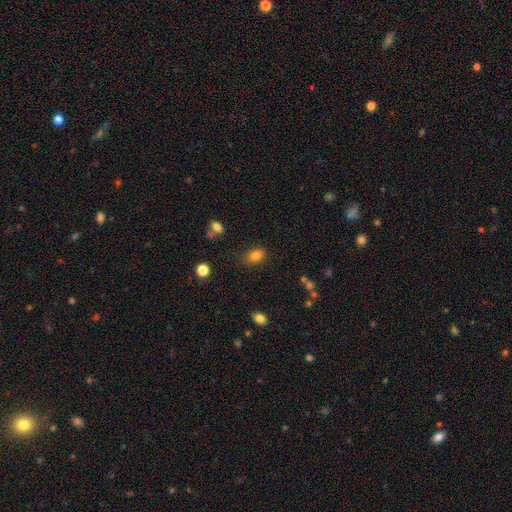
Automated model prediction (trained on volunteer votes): This appears to be a smooth galaxy with no disk features (82%) that is in between round and cigar-shaped (84%). Merging: none (76%).